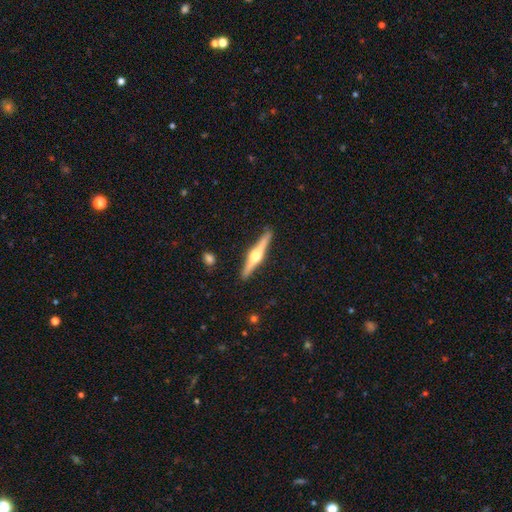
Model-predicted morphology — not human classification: Smooth or featured? Predicted: featured or disk (p=0.75). Edge-on disk? Predicted: yes (p=0.98). Edge-on bulge? Predicted: rounded (p=0.94). Merging? Predicted: none (p=0.89).